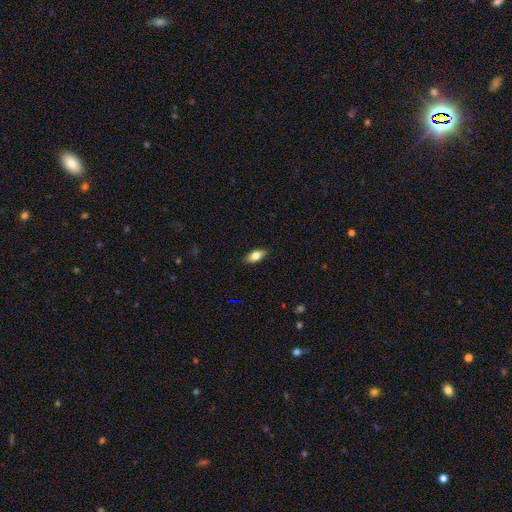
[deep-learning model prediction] smooth_or_featured: smooth (p=0.76) [alt: featured or disk p=0.17]
how_rounded: in between (p=0.84) [alt: cigar-shaped p=0.12]
merging: none (p=0.88) [alt: minor disturbance p=0.10]